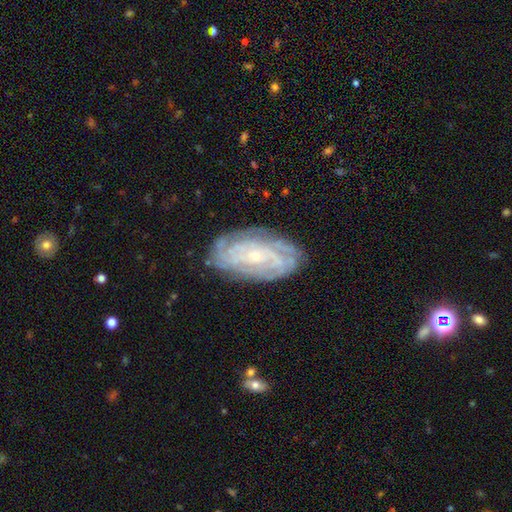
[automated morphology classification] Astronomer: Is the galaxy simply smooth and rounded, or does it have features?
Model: featured or disk — 82%.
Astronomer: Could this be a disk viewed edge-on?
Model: no — 94%.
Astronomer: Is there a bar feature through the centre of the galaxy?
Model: no — 67%.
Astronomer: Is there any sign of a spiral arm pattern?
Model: yes — 93%.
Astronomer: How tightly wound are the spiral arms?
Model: tight — 76%.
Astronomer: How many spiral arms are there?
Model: can't tell — 42%.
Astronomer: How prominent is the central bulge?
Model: small — 80%.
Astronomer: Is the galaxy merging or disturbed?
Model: none — 81%.